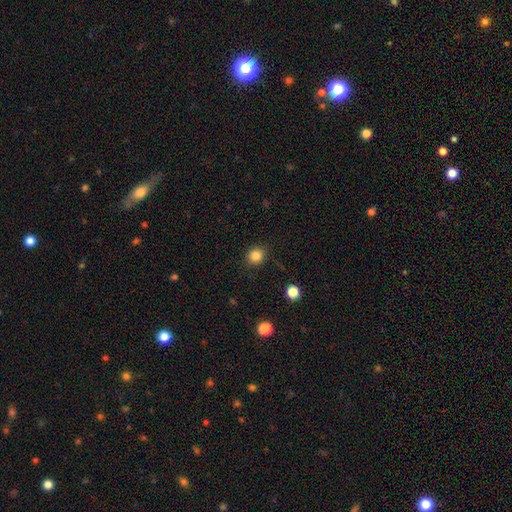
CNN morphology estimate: type=smooth (84%); roundness=round (80%); merging=none (87%).